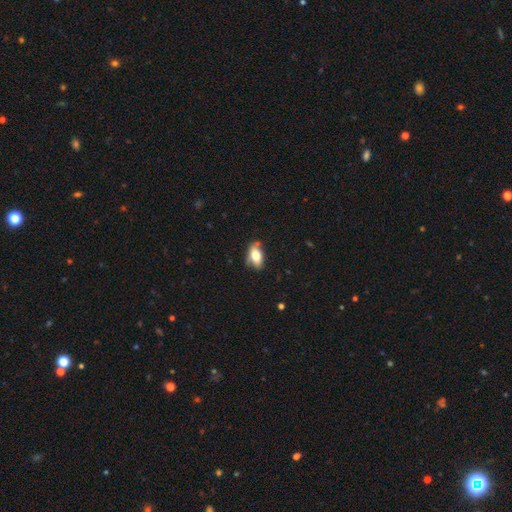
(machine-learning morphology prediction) smooth 68%, featured or disk 25%, star or artifact 7%. Down the decision tree: how rounded — in between (88%); merging — none (56%).